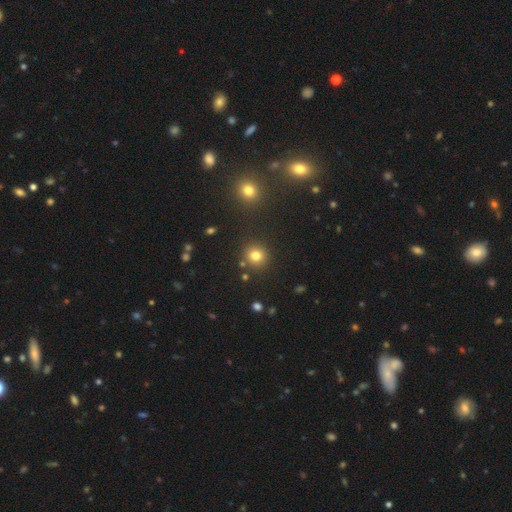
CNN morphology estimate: Q: Smooth or featured?
A: smooth (79%); runner-up: star or artifact (15%)
Q: How rounded?
A: round (91%); runner-up: in between (8%)
Q: Merging?
A: none (86%); runner-up: minor disturbance (7%)